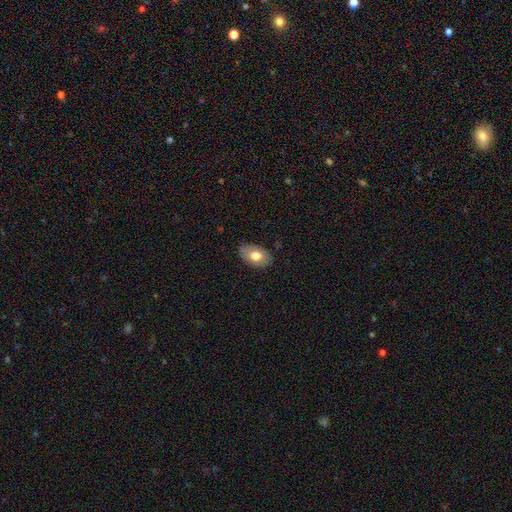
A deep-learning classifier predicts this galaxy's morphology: Smooth or featured?
  - smooth: 73% *
  - featured or disk: 20%
  - star or artifact: 7%
How rounded?
  - in between: 89% *
  - round: 10%
  - cigar-shaped: 1%
Merging?
  - none: 79% *
  - minor disturbance: 17%
  - major disturbance: 3%
  - merger: 1%